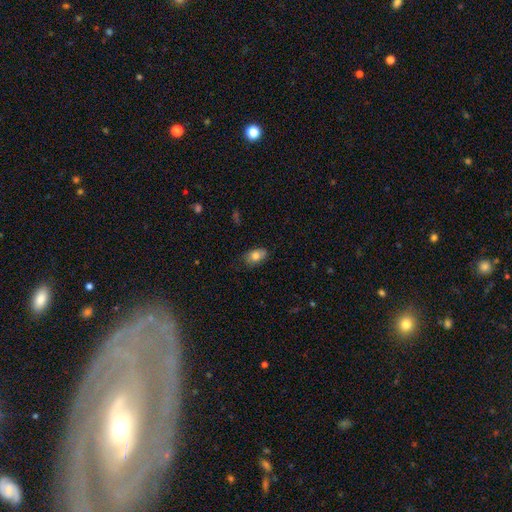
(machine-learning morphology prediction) A smooth galaxy with no disk features (79%) that is in between round and cigar-shaped (85%). Merging: none (76%).